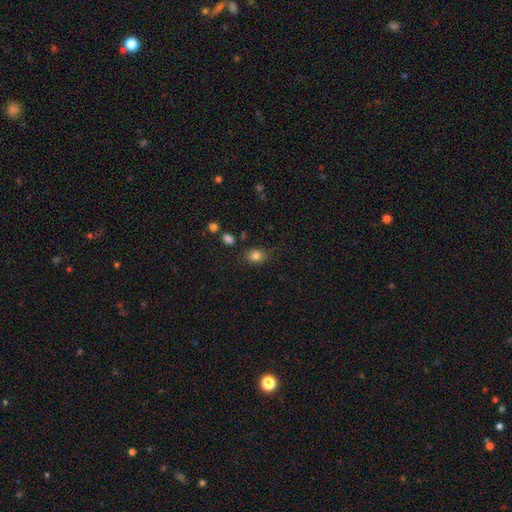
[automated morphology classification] A smooth galaxy with no disk features (82%) that is round (51%).

Vote fractions:
- Smooth or featured? smooth: 82% / star or artifact: 12% / featured or disk: 7%
- How rounded? round: 51% / in between: 47% / cigar-shaped: 1%
- Merging? none: 77% / minor disturbance: 16% / major disturbance: 4% / merger: 3%